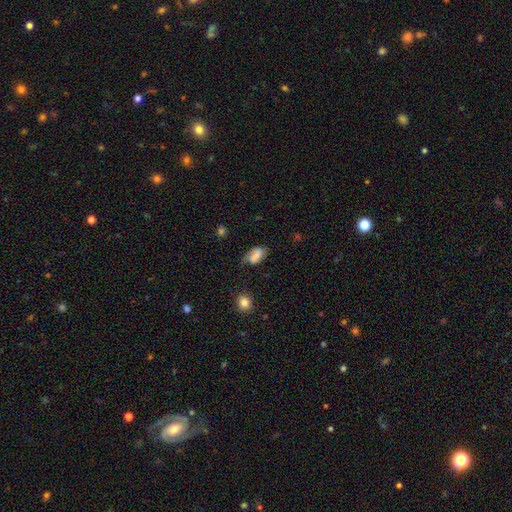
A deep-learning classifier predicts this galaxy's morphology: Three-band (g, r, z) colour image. It shows a smooth galaxy with no disk features (56%) that is in between round and cigar-shaped (88%). Merging: none (60%).